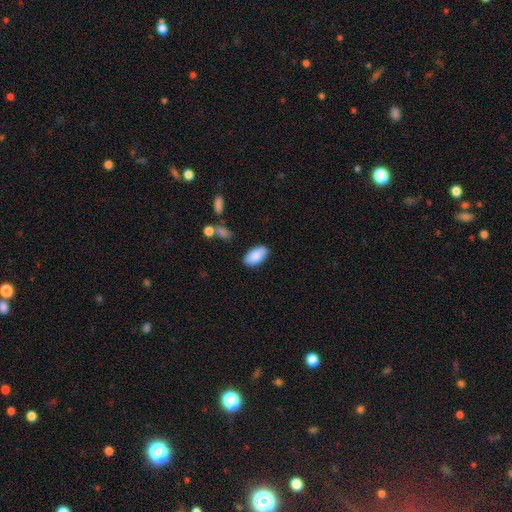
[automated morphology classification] Smooth or featured: smooth — 87% (featured or disk — 6%)
How rounded: in between — 95% (round — 3%)
Merging: none — 85% (minor disturbance — 10%)